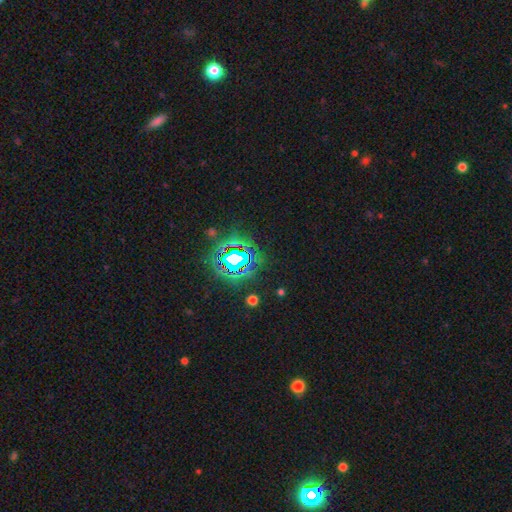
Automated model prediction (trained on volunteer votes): star or artifact 82%, smooth 11%, featured or disk 7%.